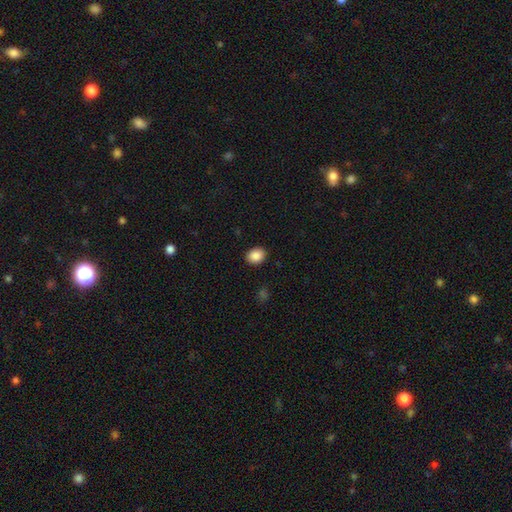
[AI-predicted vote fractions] Smooth or featured: smooth — 88% (star or artifact — 8%)
How rounded: in between — 53% (round — 46%)
Merging: none — 90% (minor disturbance — 7%)